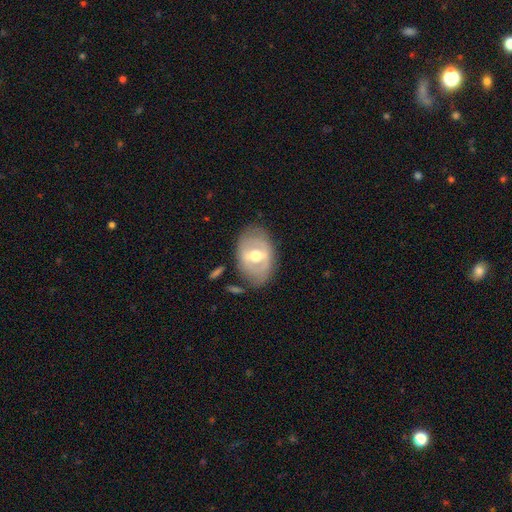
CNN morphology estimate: type=featured or disk (65%); edge-on=no (91%); bar=strong (48%); spiral arms=no (65%); bulge=moderate (73%); merging=none (75%).